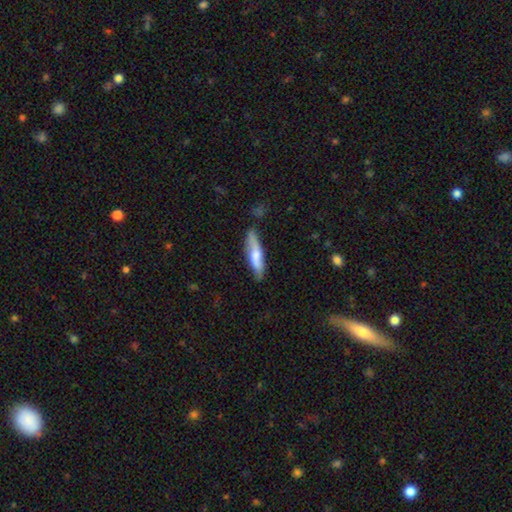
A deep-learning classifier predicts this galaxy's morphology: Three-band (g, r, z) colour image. It shows a smooth galaxy with no disk features (61%) that is cigar-shaped (74%). Merging: none (76%).